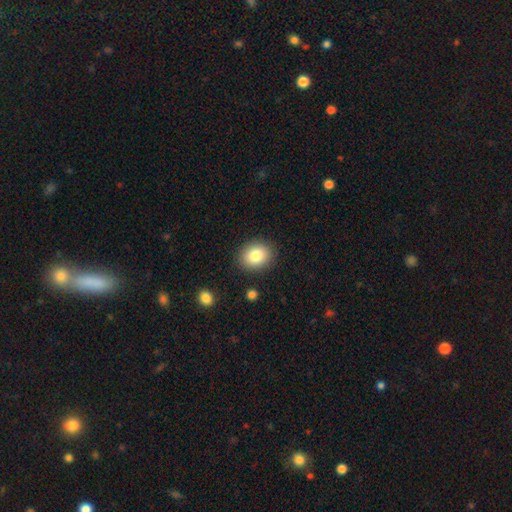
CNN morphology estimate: Smooth or featured?
  - smooth: 83% *
  - featured or disk: 9%
  - star or artifact: 9%
How rounded?
  - in between: 52% *
  - round: 47%
  - cigar-shaped: 1%
Merging?
  - none: 88% *
  - minor disturbance: 8%
  - major disturbance: 2%
  - merger: 1%